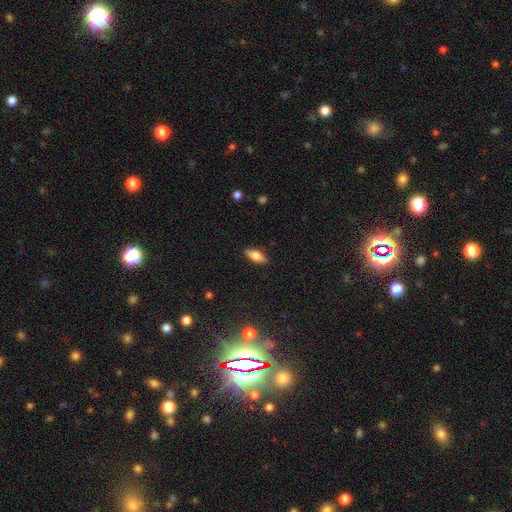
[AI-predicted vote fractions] This is likely a smooth galaxy (73%). How rounded: likely in between (77%). Merging: clearly none (88%).